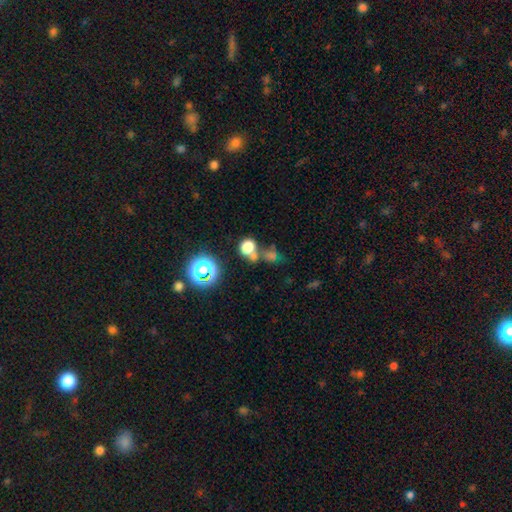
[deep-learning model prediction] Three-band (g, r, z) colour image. It shows a star or artifact, not a galaxy (53%).